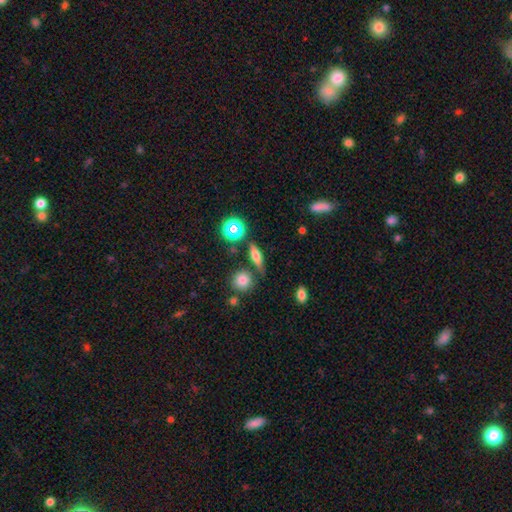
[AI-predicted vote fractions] Q: Smooth or featured?
A: smooth (51%); runner-up: featured or disk (35%)
Q: How rounded?
A: in between (45%); runner-up: cigar-shaped (42%)
Q: Merging?
A: none (76%); runner-up: minor disturbance (12%)